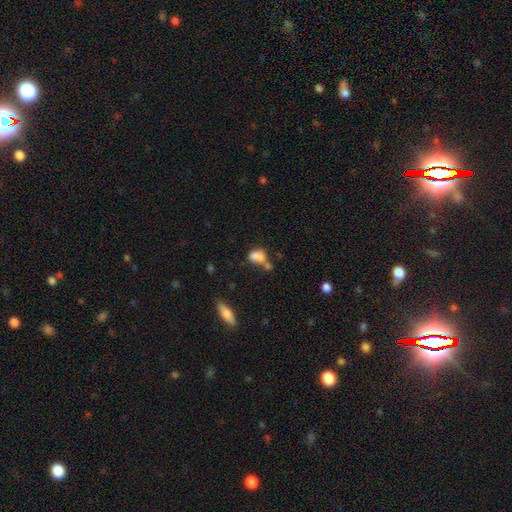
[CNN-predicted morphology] Overall: smooth (79%). How rounded: in between (71%). Merging: merger (39%; none 34%).